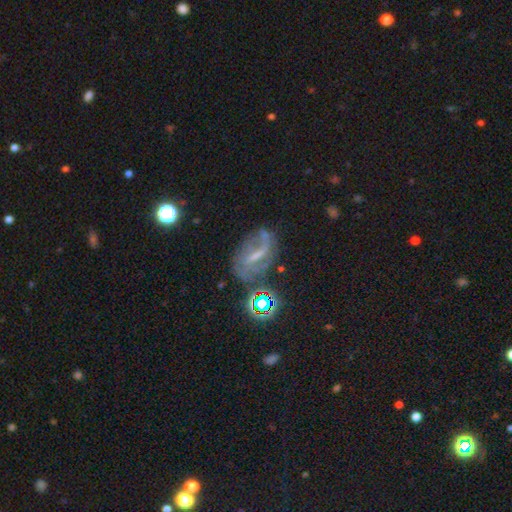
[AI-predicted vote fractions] Morphology: type=featured or disk (63%); edge-on=no (93%); bar=weak (42%); spiral arms=yes (78%); bulge=small (47%); merging=none (54%).